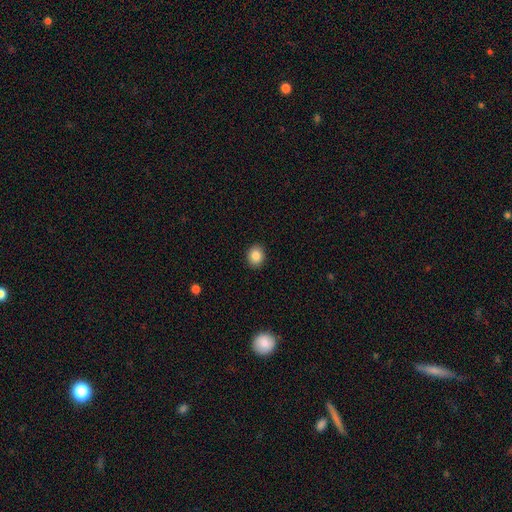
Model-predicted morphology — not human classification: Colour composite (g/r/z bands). It shows a smooth galaxy with no disk features (86%) that is round (61%). Merging: none (91%).